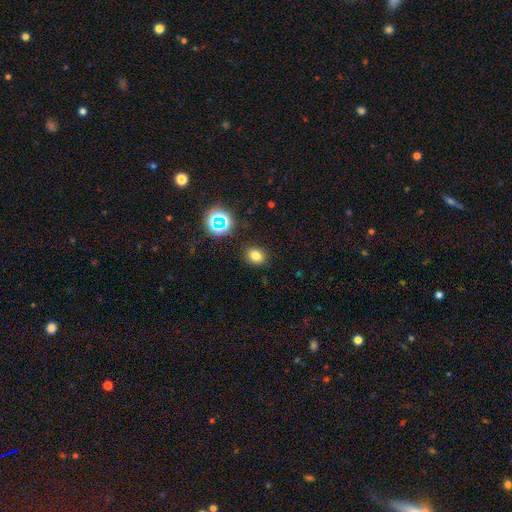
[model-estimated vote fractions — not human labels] This appears to be a smooth galaxy with no disk features (76%) that is round (54%). Merging: none (87%).